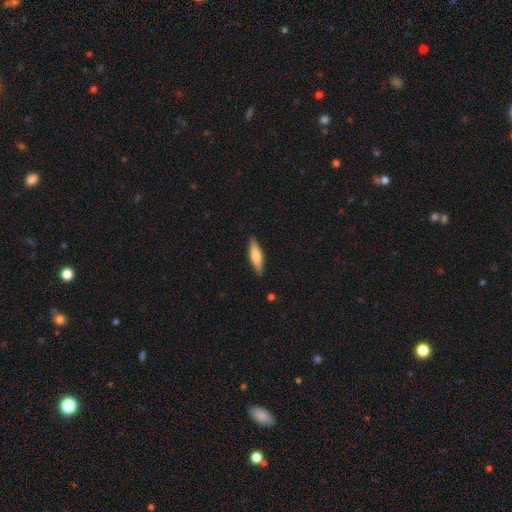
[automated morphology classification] Overall: smooth (67%; featured or disk 28%). How rounded: cigar-shaped (66%; in between 32%). Merging: none (88%).